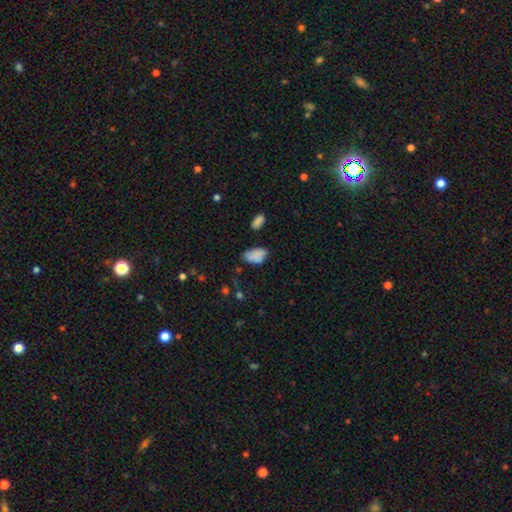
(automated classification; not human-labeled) smooth 83%, star or artifact 9%, featured or disk 8%. Down the decision tree: how rounded — in between (93%); merging — none (57%).